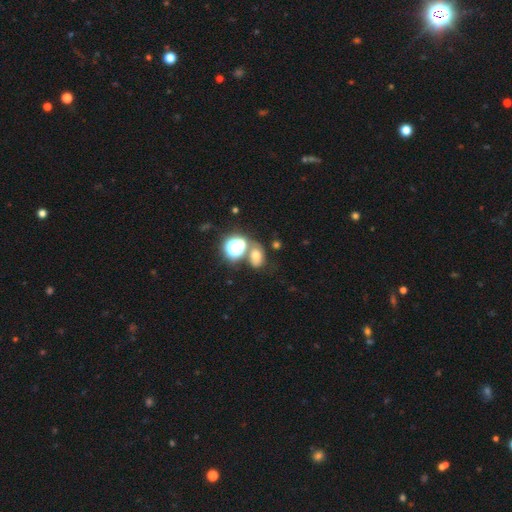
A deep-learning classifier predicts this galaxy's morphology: Smooth or featured: smooth — 60% (star or artifact — 26%)
How rounded: in between — 69% (round — 30%)
Merging: none — 53% (merger — 26%)